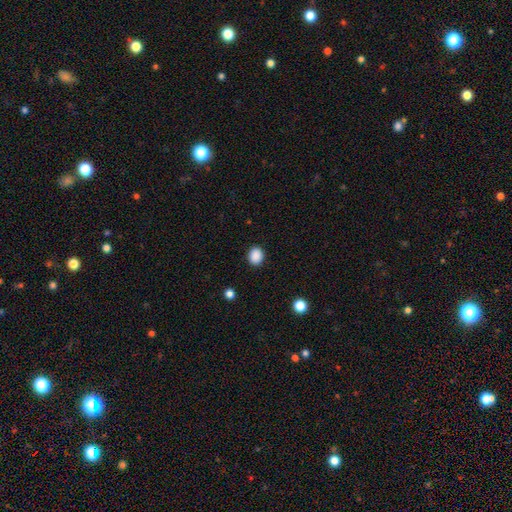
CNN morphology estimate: type=smooth (89%); roundness=round (64%); merging=none (90%).